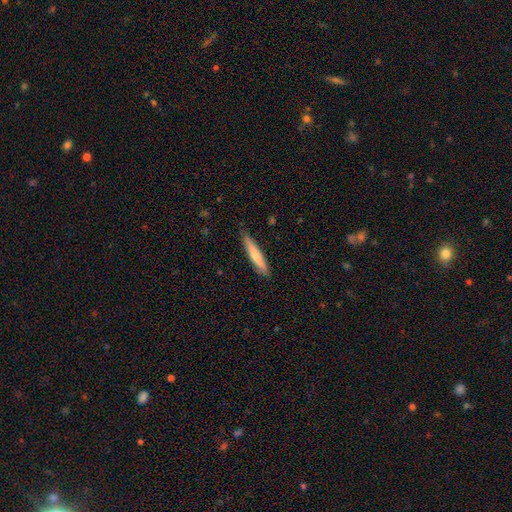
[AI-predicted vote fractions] This appears to be a smooth galaxy with no disk features (70%) that is cigar-shaped (91%). Merging: none (84%).